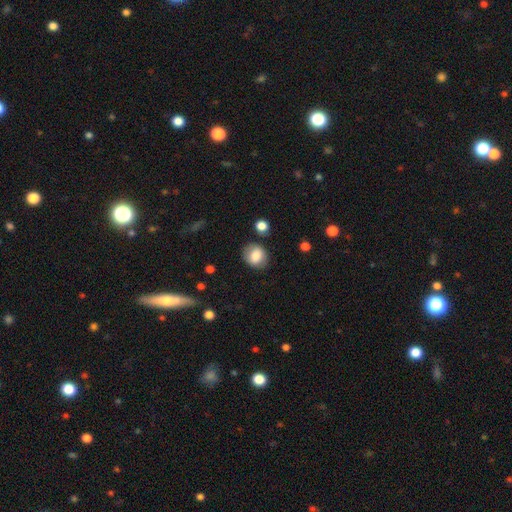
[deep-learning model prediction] smooth 81%, featured or disk 10%, star or artifact 8%. Down the decision tree: how rounded — round (67%); merging — none (81%).